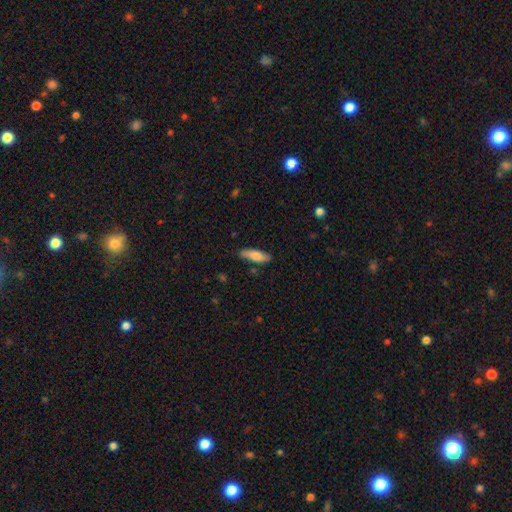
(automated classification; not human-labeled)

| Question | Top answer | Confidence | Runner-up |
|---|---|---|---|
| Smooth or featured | smooth | 74% | featured or disk (21%) |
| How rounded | cigar-shaped | 56% | in between (42%) |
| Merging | none | 83% | minor disturbance (13%) |